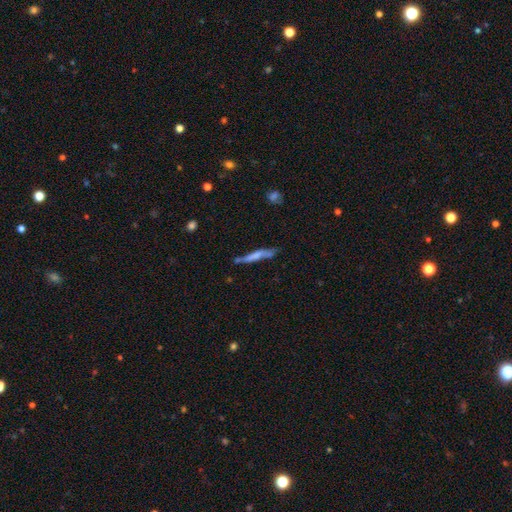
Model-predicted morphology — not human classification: Overall: smooth (53%; featured or disk 40%). How rounded: cigar-shaped (91%). Merging: none (59%; minor disturbance 24%).